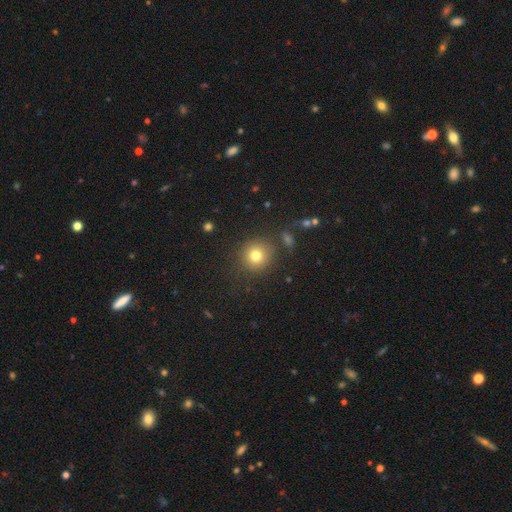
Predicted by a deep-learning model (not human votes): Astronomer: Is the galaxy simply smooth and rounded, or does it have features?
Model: smooth — 79%.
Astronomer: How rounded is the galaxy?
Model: round — 90%.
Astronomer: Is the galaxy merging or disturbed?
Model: none — 84%.